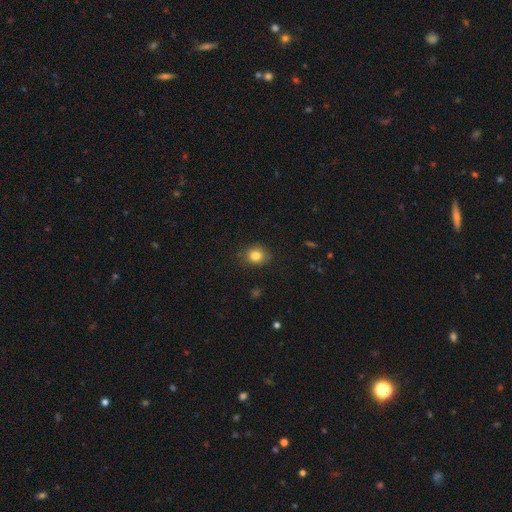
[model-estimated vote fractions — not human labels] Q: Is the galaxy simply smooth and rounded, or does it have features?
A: smooth — 83%.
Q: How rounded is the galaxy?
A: round — 68%.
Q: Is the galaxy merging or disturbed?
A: none — 84%.